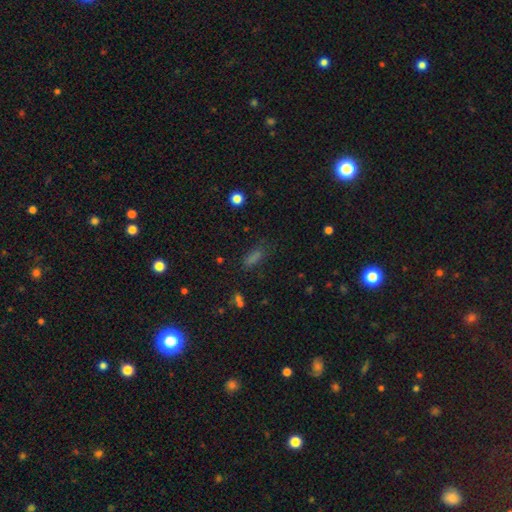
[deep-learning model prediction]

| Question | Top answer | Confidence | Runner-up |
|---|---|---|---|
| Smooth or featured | smooth | 66% | star or artifact (25%) |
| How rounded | in between | 56% | cigar-shaped (38%) |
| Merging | none | 70% | minor disturbance (18%) |